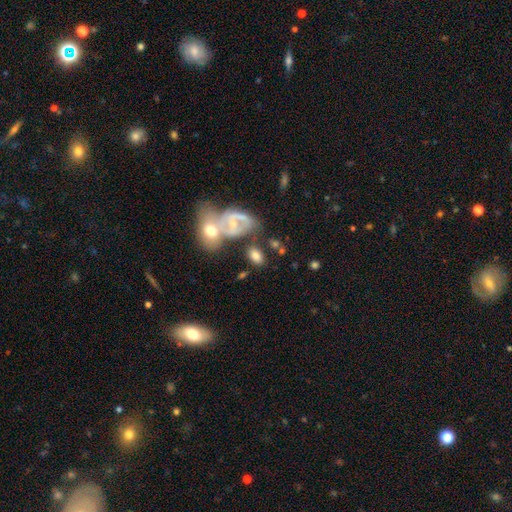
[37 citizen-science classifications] Smooth or featured? 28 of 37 (76%) said smooth. How rounded? 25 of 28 (89%) said in between. Merging? 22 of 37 (59%) said none.